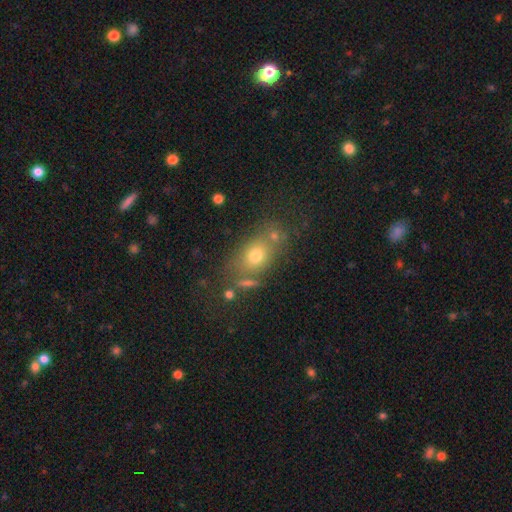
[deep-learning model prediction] The model was most divided on "how rounded": in between: 66%, round: 31%, cigar-shaped: 3%. More confident: smooth or featured — smooth (68%); merging — none (62%).